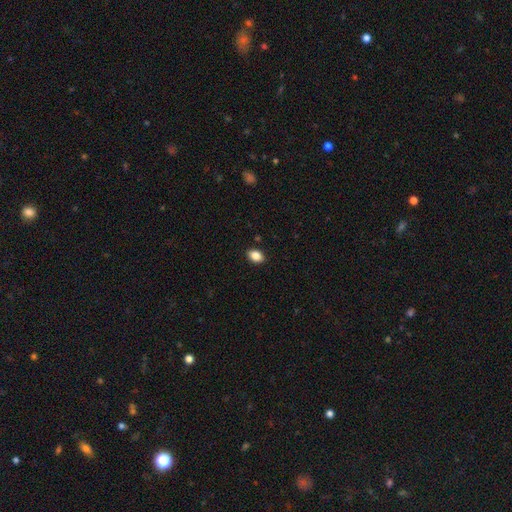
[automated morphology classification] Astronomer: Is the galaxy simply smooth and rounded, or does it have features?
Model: smooth — 87%.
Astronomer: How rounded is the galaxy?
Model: in between — 82%.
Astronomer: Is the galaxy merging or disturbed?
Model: none — 89%.